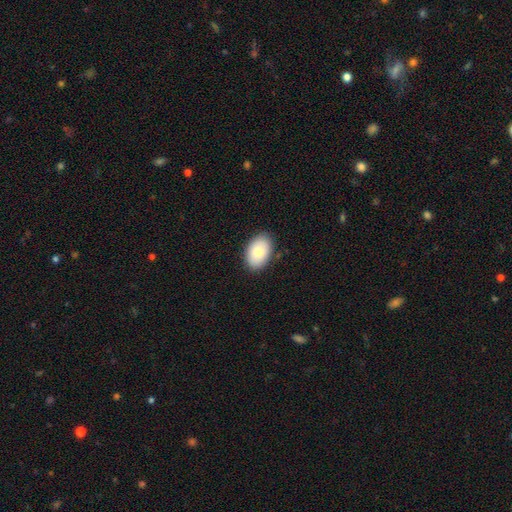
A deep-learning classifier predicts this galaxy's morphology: Smooth or featured? smooth (78%)
How rounded? in between (89%)
Merging? none (88%)